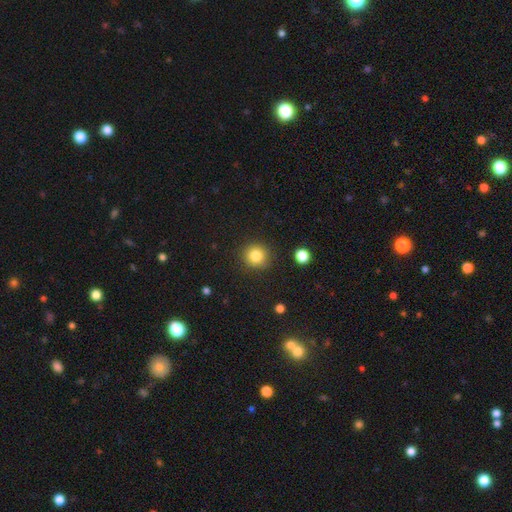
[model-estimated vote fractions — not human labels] smooth-or-featured: smooth: 83% | star or artifact: 11% | featured or disk: 6%
  how-rounded: round: 92% | in between: 7% | cigar-shaped: 1%
  merging: none: 89% | minor disturbance: 7% | major disturbance: 2% | merger: 2%